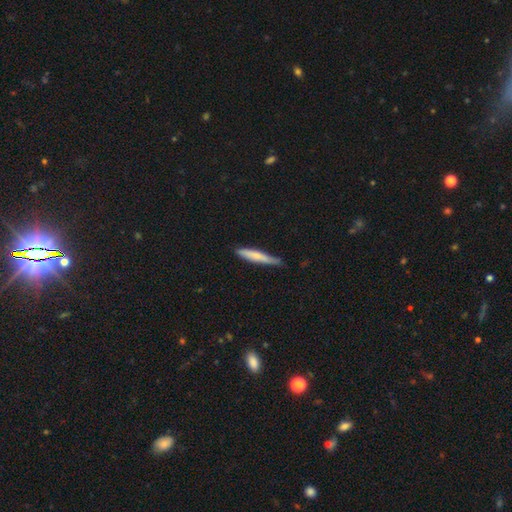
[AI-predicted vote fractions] Smooth or featured: smooth — 71% (featured or disk — 24%)
How rounded: cigar-shaped — 91% (in between — 7%)
Merging: none — 70% (minor disturbance — 25%)